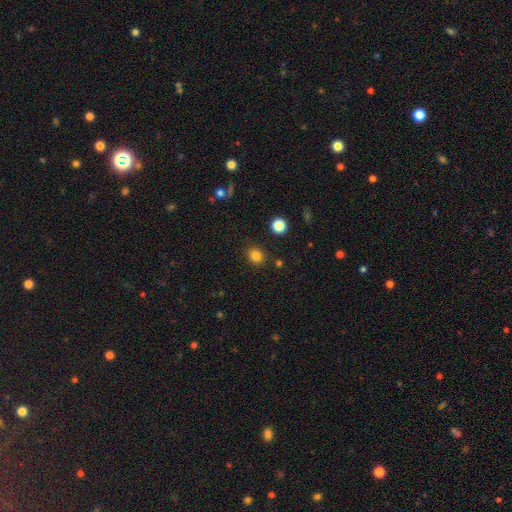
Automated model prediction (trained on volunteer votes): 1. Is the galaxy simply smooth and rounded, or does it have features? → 83% smooth, 13% star or artifact, 4% featured or disk.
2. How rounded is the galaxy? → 77% round, 22% in between, 1% cigar-shaped.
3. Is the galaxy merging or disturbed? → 87% none, 8% minor disturbance, 3% merger, 3% major disturbance.